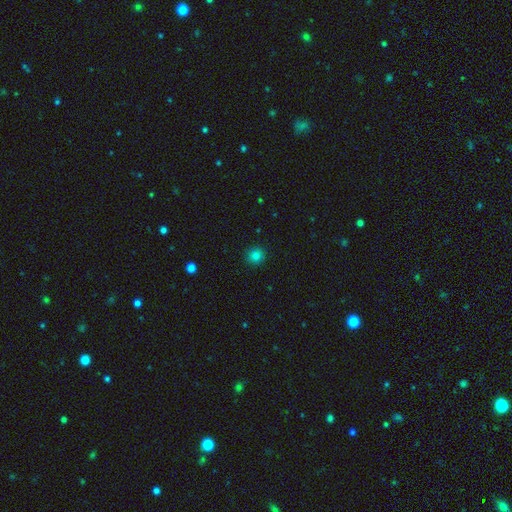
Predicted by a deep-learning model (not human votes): A smooth galaxy with no disk features (81%) that is round (91%).

Vote fractions:
- Smooth or featured? smooth: 81% / star or artifact: 14% / featured or disk: 5%
- How rounded? round: 91% / in between: 8% / cigar-shaped: 1%
- Merging? none: 91% / minor disturbance: 6% / major disturbance: 2% / merger: 1%